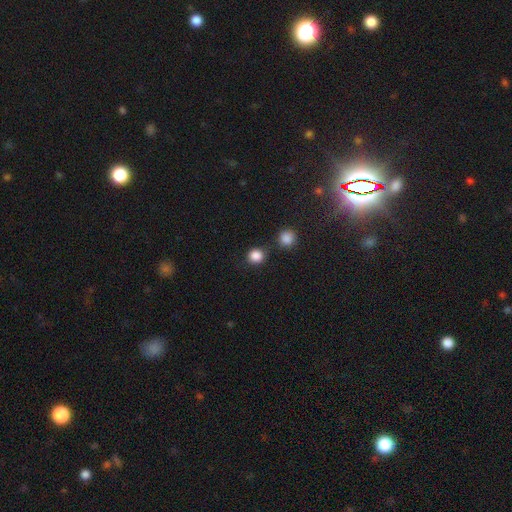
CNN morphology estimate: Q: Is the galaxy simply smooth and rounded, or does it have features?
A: smooth — 85%.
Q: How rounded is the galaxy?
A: round — 86%.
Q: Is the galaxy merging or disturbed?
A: none — 78%.